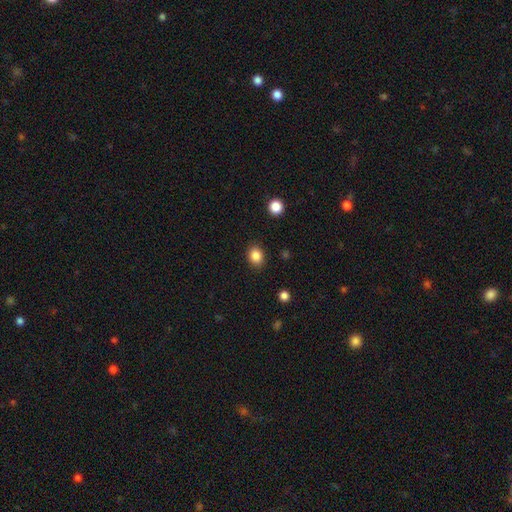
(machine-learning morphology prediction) type=smooth (85%); roundness=round (55%); merging=none (88%).